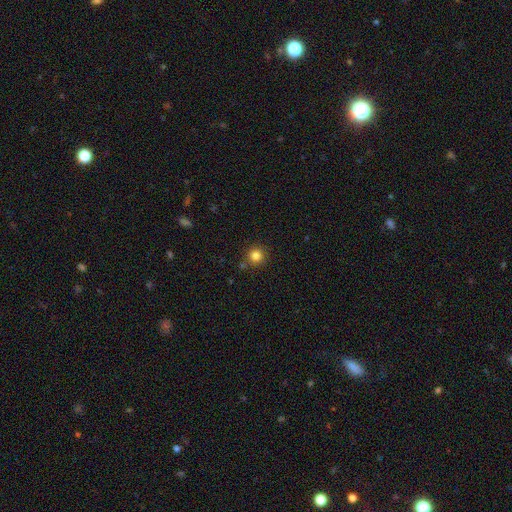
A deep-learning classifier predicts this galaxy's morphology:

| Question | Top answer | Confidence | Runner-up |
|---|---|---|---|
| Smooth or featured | smooth | 83% | star or artifact (12%) |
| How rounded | round | 94% | in between (5%) |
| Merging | none | 83% | minor disturbance (8%) |